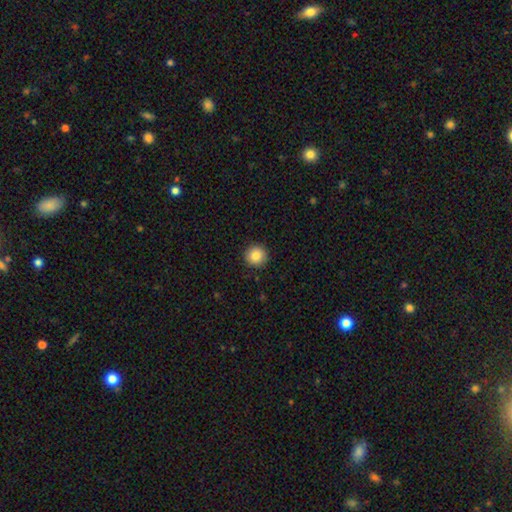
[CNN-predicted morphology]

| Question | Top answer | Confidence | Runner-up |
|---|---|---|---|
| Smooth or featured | smooth | 85% | star or artifact (9%) |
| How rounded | round | 95% | in between (4%) |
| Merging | none | 92% | minor disturbance (5%) |